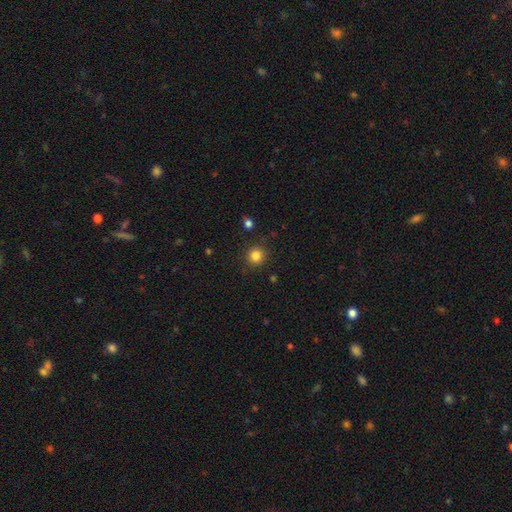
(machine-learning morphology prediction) Smooth or featured?
  - smooth: 83% *
  - star or artifact: 12%
  - featured or disk: 5%
How rounded?
  - round: 92% *
  - in between: 7%
  - cigar-shaped: 1%
Merging?
  - none: 88% *
  - minor disturbance: 7%
  - major disturbance: 2%
  - merger: 2%